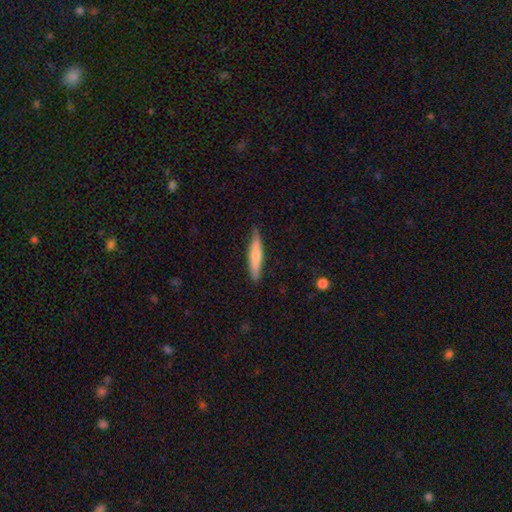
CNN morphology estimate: A smooth galaxy with no disk features (64%) that is cigar-shaped (89%). Merging: none (84%).